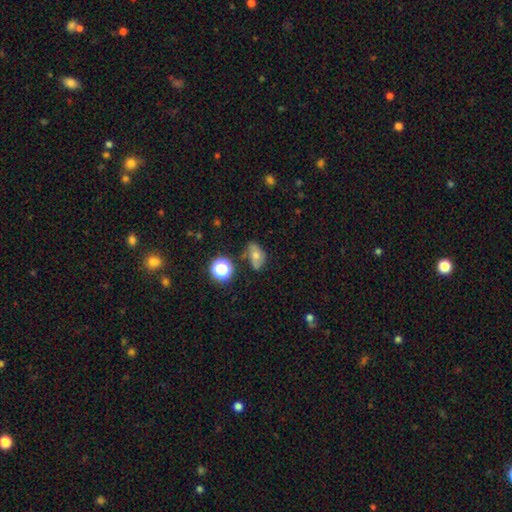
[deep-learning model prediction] Smooth or featured? Predicted: smooth (p=0.57). How rounded? Predicted: in between (p=0.80). Merging? Predicted: none (p=0.56).